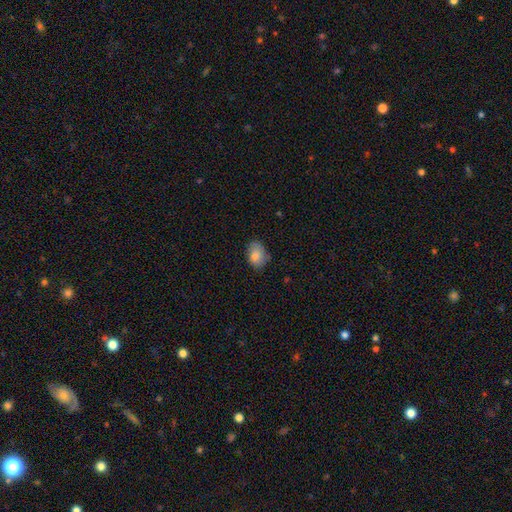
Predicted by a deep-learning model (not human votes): The model was most divided on "merging": none: 66%, minor disturbance: 27%, major disturbance: 6%, merger: 2%. More confident: smooth or featured — smooth (84%); how rounded — in between (77%).